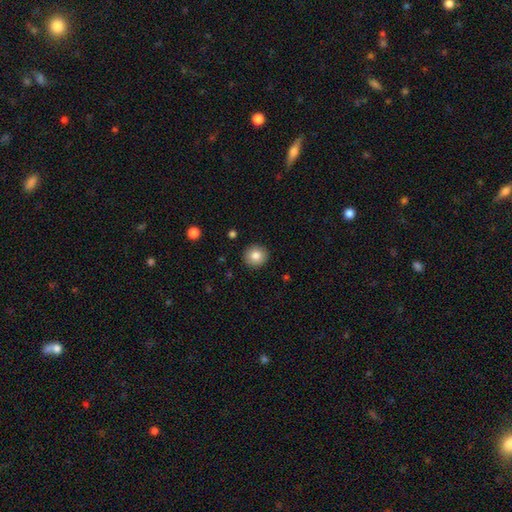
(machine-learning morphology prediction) smooth_or_featured: smooth (p=0.84) [alt: star or artifact p=0.09]
how_rounded: round (p=0.93) [alt: in between p=0.06]
merging: none (p=0.92) [alt: minor disturbance p=0.06]